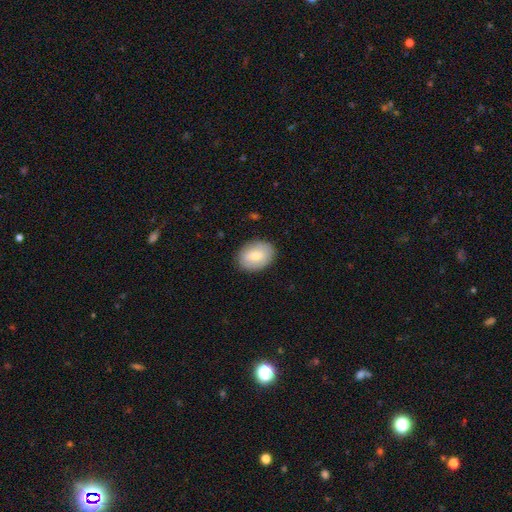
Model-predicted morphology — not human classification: A smooth galaxy with no disk features (71%) that is in between round and cigar-shaped (68%).

Vote fractions:
- Smooth or featured? smooth: 71% / featured or disk: 22% / star or artifact: 7%
- How rounded? in between: 68% / round: 31% / cigar-shaped: 1%
- Merging? none: 86% / minor disturbance: 10% / major disturbance: 3% / merger: 1%